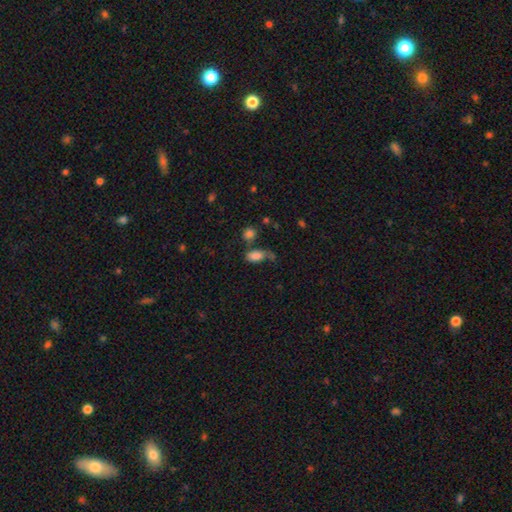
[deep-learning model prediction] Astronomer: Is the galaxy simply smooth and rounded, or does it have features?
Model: smooth — 82%.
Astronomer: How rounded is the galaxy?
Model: in between — 89%.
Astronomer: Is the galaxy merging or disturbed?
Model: none — 44% (runner-up: minor disturbance, 25%).